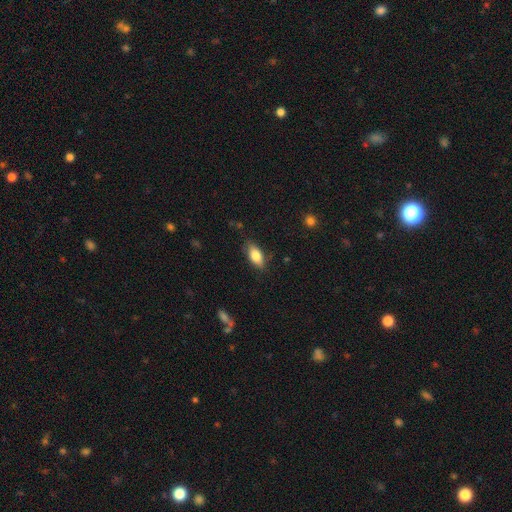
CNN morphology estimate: Smooth or featured? Predicted: smooth (p=0.81). How rounded? Predicted: in between (p=0.87). Merging? Predicted: none (p=0.81).